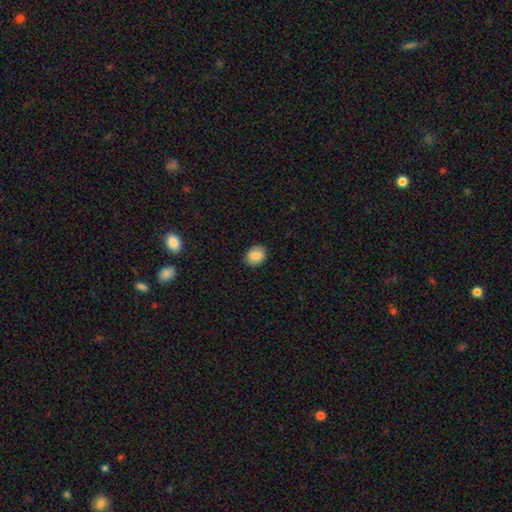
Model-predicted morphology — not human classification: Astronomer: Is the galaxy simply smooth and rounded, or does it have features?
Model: smooth — 85%.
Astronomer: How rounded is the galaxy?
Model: round — 55% (runner-up: in between, 44%).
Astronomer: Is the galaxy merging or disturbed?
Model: none — 89%.